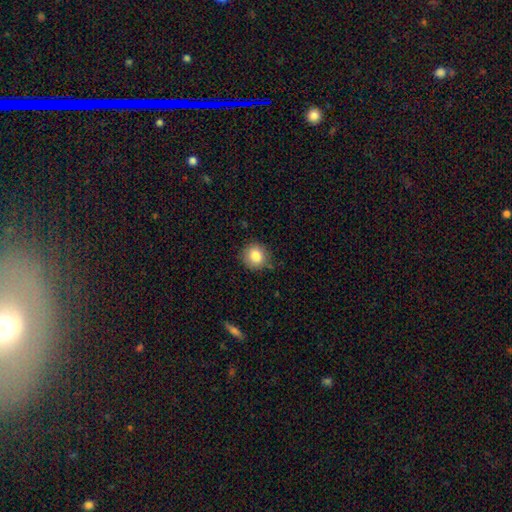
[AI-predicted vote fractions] Smooth or featured? Predicted: smooth (p=0.85). How rounded? Predicted: round (p=0.87). Merging? Predicted: none (p=0.84).